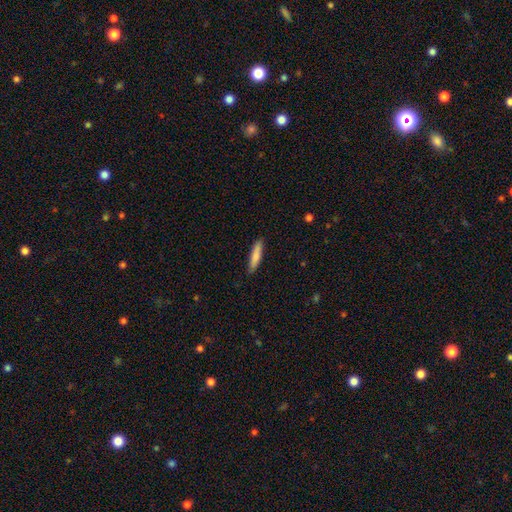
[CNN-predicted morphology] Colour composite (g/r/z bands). It shows a smooth galaxy with no disk features (83%) that is cigar-shaped (83%). Merging: none (86%).